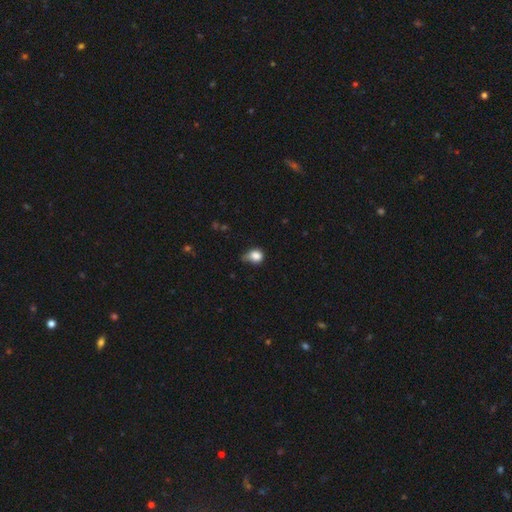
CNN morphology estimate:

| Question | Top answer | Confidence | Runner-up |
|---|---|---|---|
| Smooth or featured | smooth | 82% | star or artifact (10%) |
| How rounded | round | 66% | in between (33%) |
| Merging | minor disturbance | 47% | none (34%) |